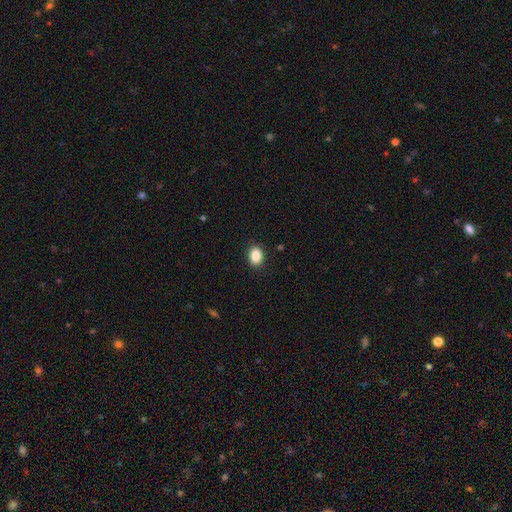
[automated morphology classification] Smooth or featured? Predicted: smooth (p=0.88). How rounded? Predicted: in between (p=0.77). Merging? Predicted: none (p=0.89).